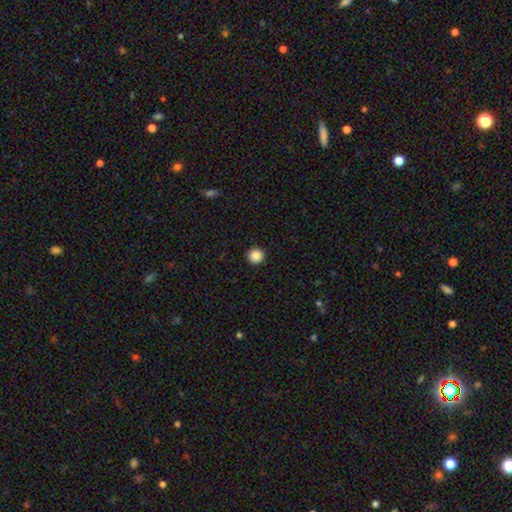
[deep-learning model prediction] A smooth galaxy with no disk features (87%) that is round (96%).

Vote fractions:
- Smooth or featured? smooth: 87% / star or artifact: 10% / featured or disk: 3%
- How rounded? round: 96% / in between: 3% / cigar-shaped: 1%
- Merging? none: 93% / minor disturbance: 4% / major disturbance: 1% / merger: 1%